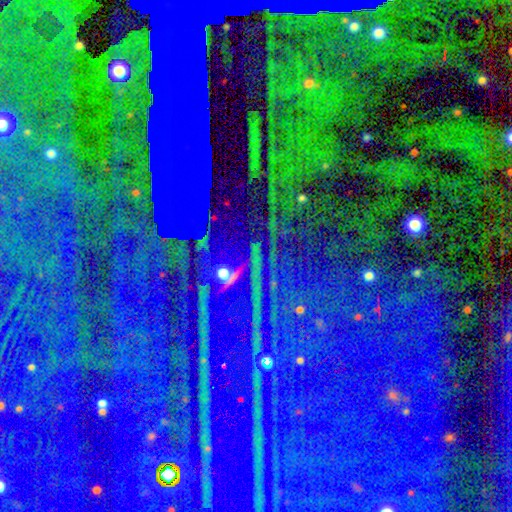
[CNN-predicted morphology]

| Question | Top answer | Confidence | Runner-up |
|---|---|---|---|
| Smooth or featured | star or artifact | 85% | featured or disk (7%) |